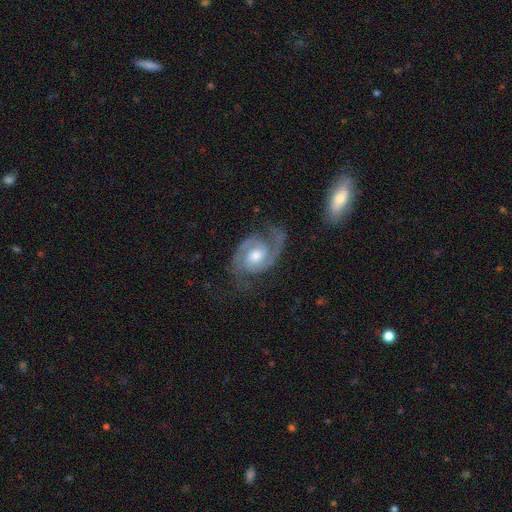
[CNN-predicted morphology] Smooth or featured?
  - featured or disk: 90% *
  - smooth: 5%
  - star or artifact: 4%
Edge-on disk?
  - no: 98% *
  - yes: 2%
Bar?
  - no: 59% *
  - weak: 34%
  - strong: 7%
Spiral arms?
  - yes: 98% *
  - no: 2%
Spiral winding?
  - medium: 51% *
  - tight: 36%
  - loose: 13%
Spiral arm count?
  - 2: 89% *
  - can't tell: 3%
  - 3: 3%
  - 1: 3%
  - 4: 1%
  - more than 4: 1%
Bulge size?
  - moderate: 68% *
  - small: 15%
  - large: 13%
  - none: 2%
  - dominant: 1%
Merging?
  - none: 67% *
  - minor disturbance: 20%
  - major disturbance: 11%
  - merger: 1%